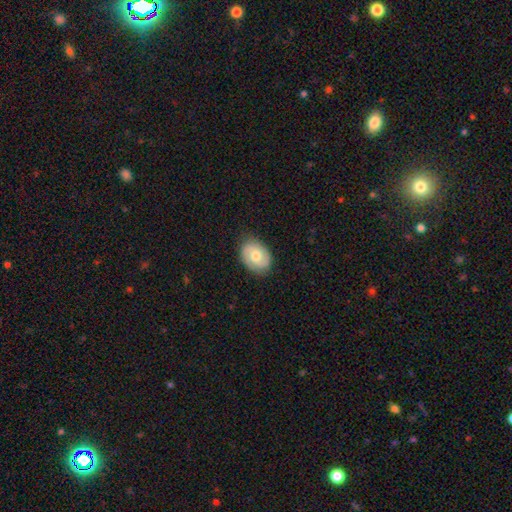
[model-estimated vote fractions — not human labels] This is possibly a featured or disk galaxy (50%). Merging: clearly none (81%).